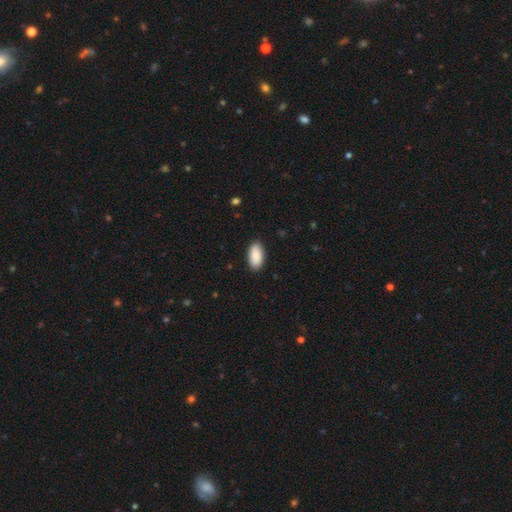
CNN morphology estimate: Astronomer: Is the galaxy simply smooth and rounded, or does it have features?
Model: smooth — 89%.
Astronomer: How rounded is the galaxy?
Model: in between — 95%.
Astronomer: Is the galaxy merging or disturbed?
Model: none — 88%.